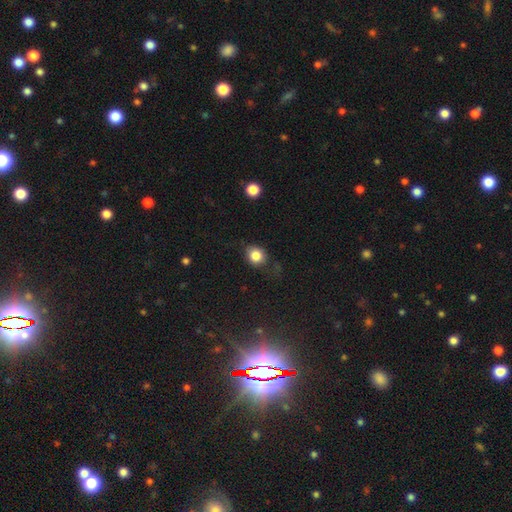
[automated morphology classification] Smooth or featured? smooth (83%)
How rounded? round (69%)
Merging? none (68%)